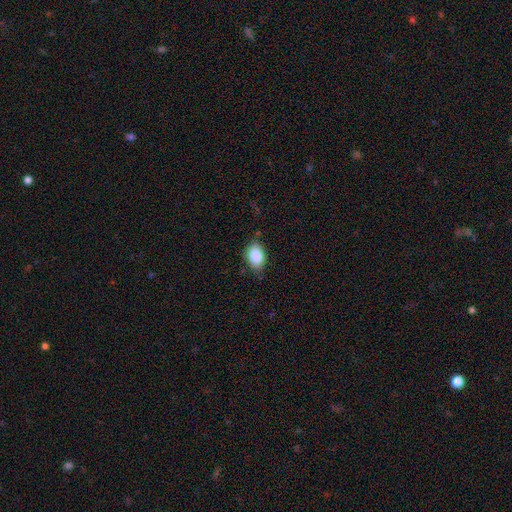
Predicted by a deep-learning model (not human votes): smooth-or-featured: smooth: 86% | star or artifact: 8% | featured or disk: 7%
  how-rounded: in between: 84% | round: 14% | cigar-shaped: 1%
  merging: none: 75% | minor disturbance: 20% | major disturbance: 3% | merger: 1%